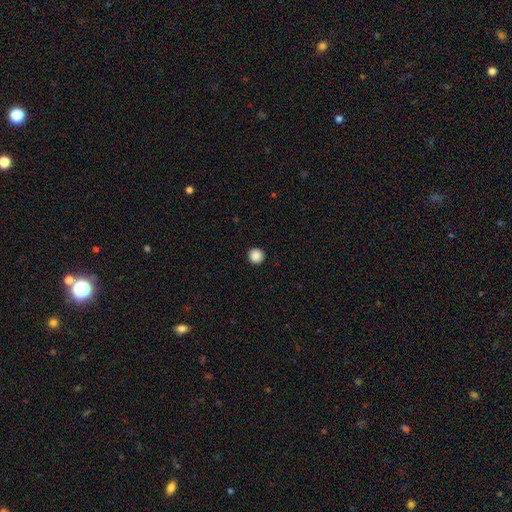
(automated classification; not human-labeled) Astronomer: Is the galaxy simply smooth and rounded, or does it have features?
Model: smooth — 88%.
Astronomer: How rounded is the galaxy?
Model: round — 96%.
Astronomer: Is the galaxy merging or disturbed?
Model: none — 94%.